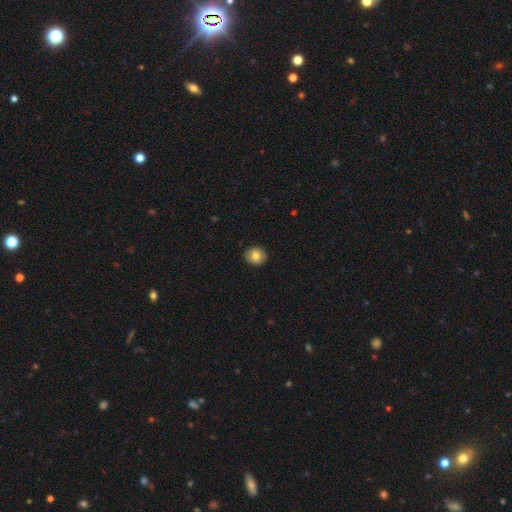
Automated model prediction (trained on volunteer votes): smooth-or-featured: smooth: 78% | featured or disk: 14% | star or artifact: 8%
  how-rounded: round: 86% | in between: 13% | cigar-shaped: 1%
  merging: none: 91% | minor disturbance: 7% | major disturbance: 2% | merger: 1%